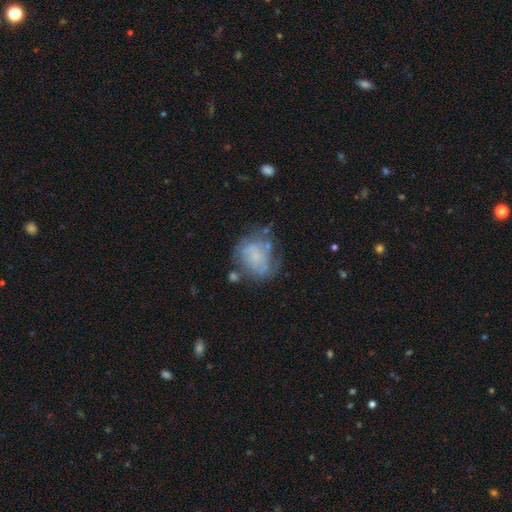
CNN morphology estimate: A smooth galaxy with no disk features (46%). Merging: none (41%).